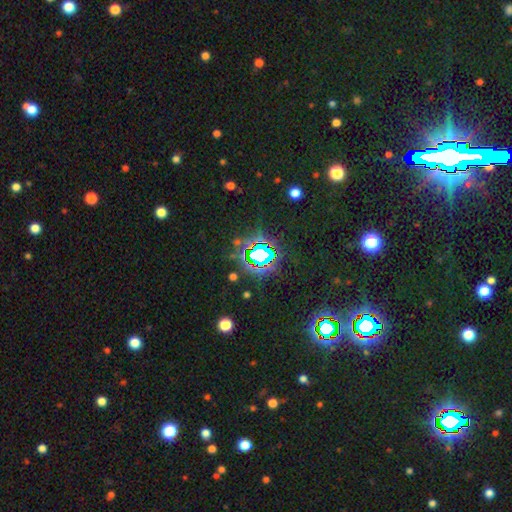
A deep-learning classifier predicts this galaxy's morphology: Q: Smooth or featured?
A: star or artifact (76%); runner-up: smooth (13%)